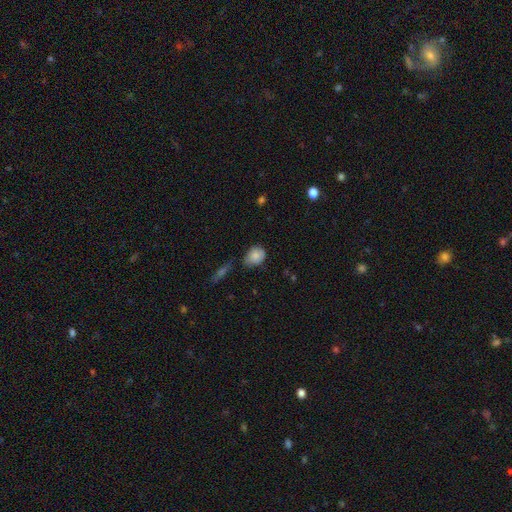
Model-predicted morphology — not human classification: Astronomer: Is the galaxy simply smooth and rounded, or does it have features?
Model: smooth — 81%.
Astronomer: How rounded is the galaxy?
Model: in between — 58% (runner-up: round, 41%).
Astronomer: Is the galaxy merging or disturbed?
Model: none — 52% (runner-up: minor disturbance, 34%).